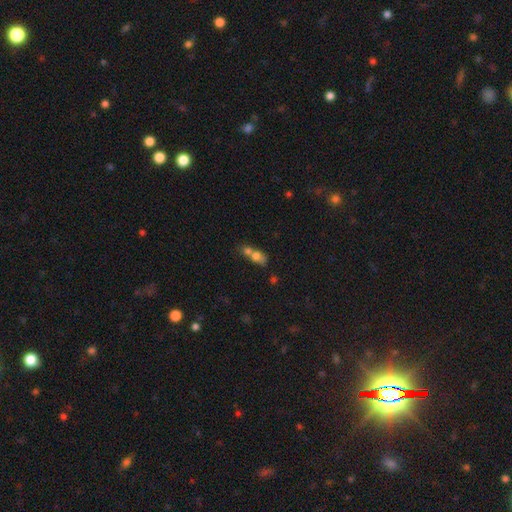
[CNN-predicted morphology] smooth-or-featured: smooth: 68% | featured or disk: 20% | star or artifact: 11%
  how-rounded: in between: 52% | round: 42% | cigar-shaped: 6%
  merging: merger: 67% | none: 20% | minor disturbance: 7% | major disturbance: 5%